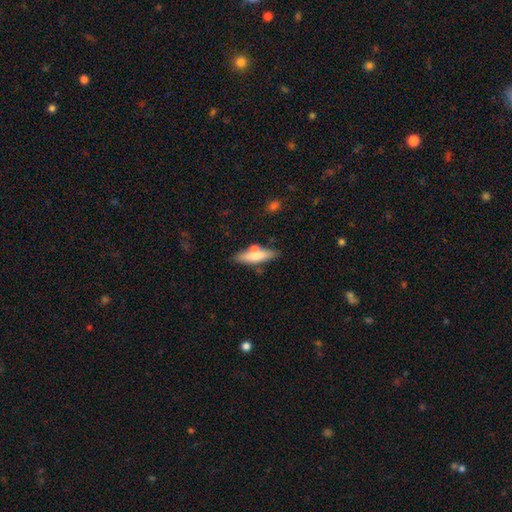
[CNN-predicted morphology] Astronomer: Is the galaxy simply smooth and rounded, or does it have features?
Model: smooth — 65%.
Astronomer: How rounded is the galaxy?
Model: cigar-shaped — 70%.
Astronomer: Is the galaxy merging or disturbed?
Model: none — 66%.